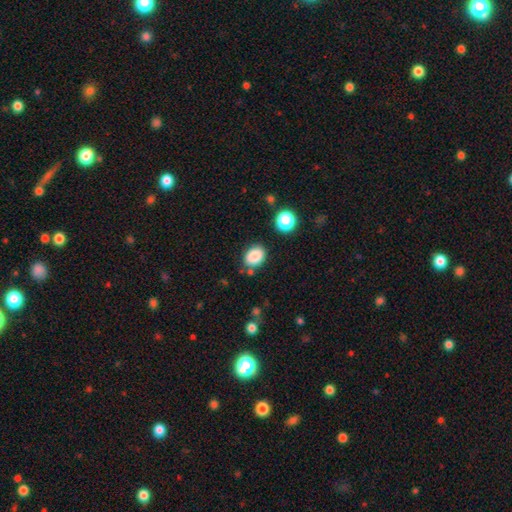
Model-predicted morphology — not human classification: smooth_or_featured: smooth (p=0.86) [alt: star or artifact p=0.09]
how_rounded: in between (p=0.69) [alt: round p=0.30]
merging: none (p=0.79) [alt: minor disturbance p=0.13]